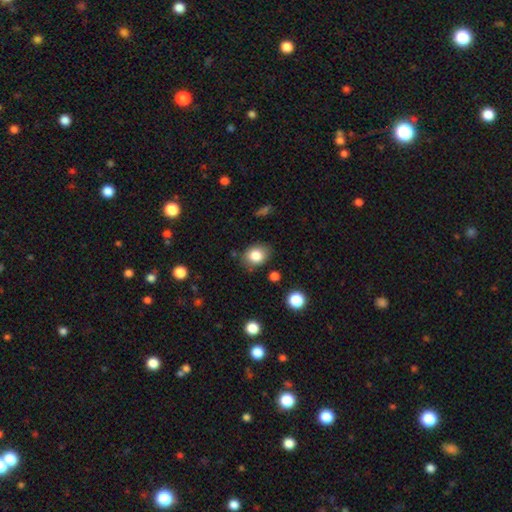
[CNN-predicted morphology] type=smooth (83%); roundness=in between (55%); merging=none (79%).